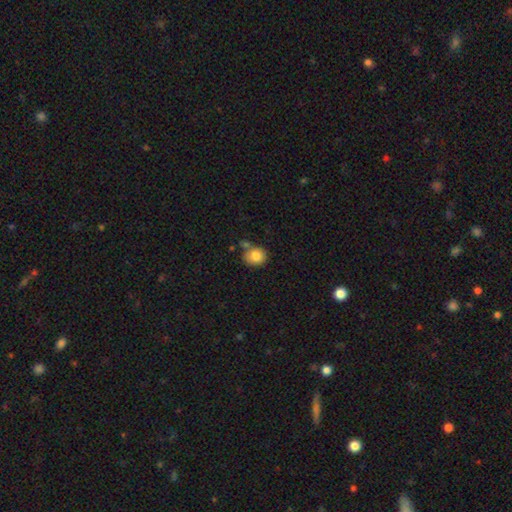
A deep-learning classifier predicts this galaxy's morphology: This appears to be a smooth galaxy with no disk features (83%) that is round (70%). Merging: none (58%).